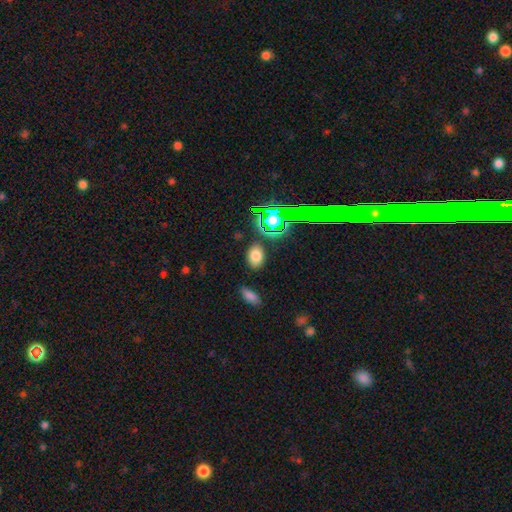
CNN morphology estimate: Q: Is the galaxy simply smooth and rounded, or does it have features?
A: smooth — 75%.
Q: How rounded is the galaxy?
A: in between — 82%.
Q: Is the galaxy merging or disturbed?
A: none — 84%.